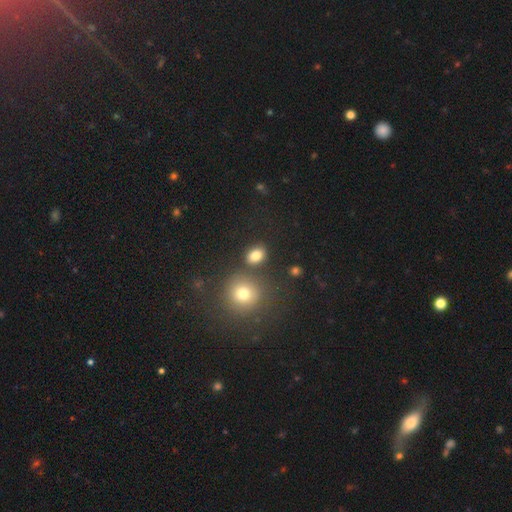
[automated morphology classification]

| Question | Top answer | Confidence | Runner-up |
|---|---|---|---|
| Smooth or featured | smooth | 81% | star or artifact (12%) |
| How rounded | in between | 62% | round (36%) |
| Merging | none | 76% | minor disturbance (10%) |